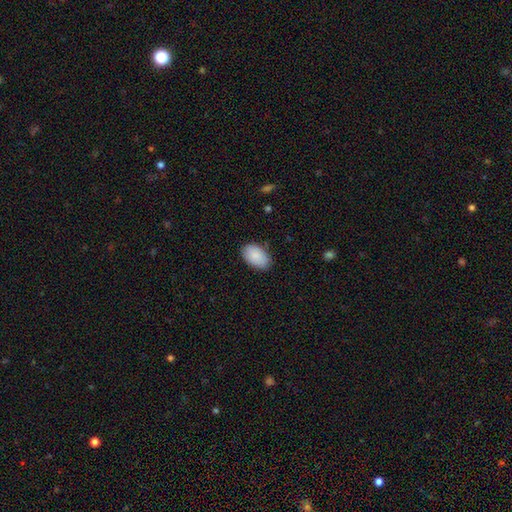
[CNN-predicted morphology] This is clearly a smooth galaxy (89%). How rounded: clearly in between (93%). Merging: clearly none (82%).